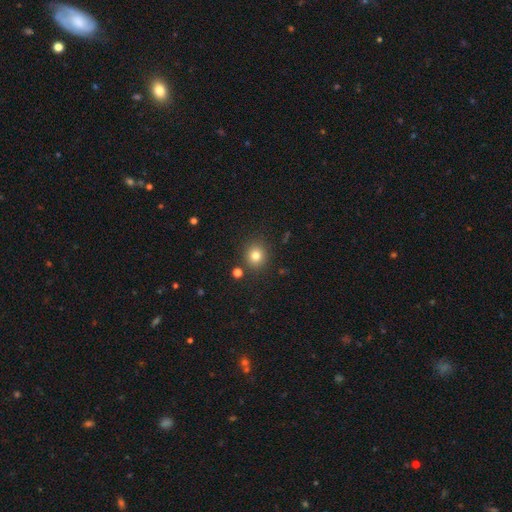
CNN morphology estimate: Q: Smooth or featured?
A: smooth (80%); runner-up: star or artifact (13%)
Q: How rounded?
A: round (84%); runner-up: in between (15%)
Q: Merging?
A: none (86%); runner-up: minor disturbance (8%)